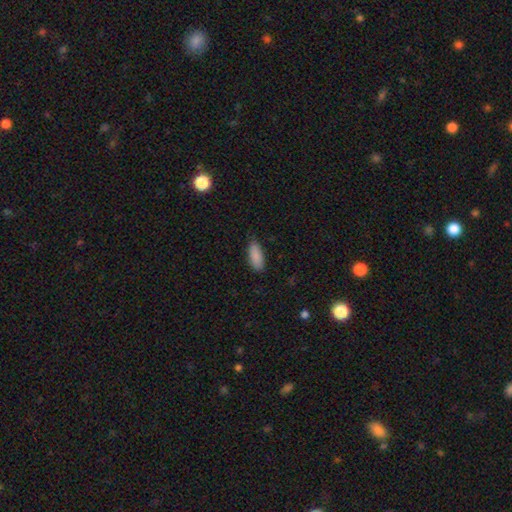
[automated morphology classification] A smooth galaxy with no disk features (89%) that is in between round and cigar-shaped (82%). Merging: none (80%).